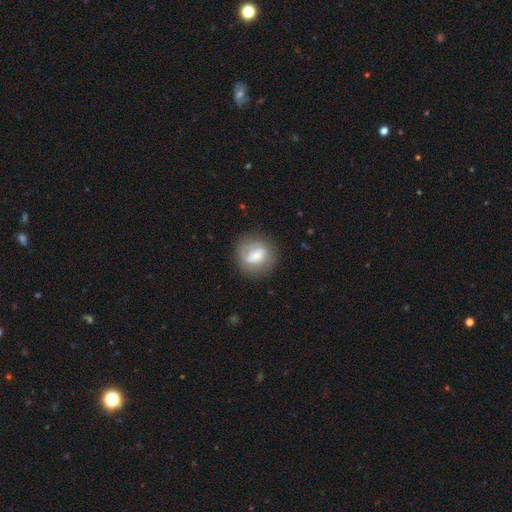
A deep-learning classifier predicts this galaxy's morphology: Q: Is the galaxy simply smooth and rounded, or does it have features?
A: featured or disk — 48%.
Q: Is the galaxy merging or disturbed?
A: none — 70%.